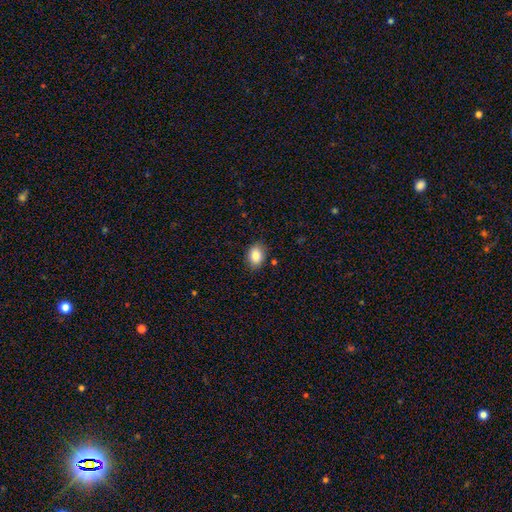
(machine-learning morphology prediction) Smooth or featured?
  - smooth: 85% *
  - star or artifact: 8%
  - featured or disk: 6%
How rounded?
  - in between: 73% *
  - round: 26%
  - cigar-shaped: 1%
Merging?
  - none: 86% *
  - minor disturbance: 10%
  - major disturbance: 2%
  - merger: 2%